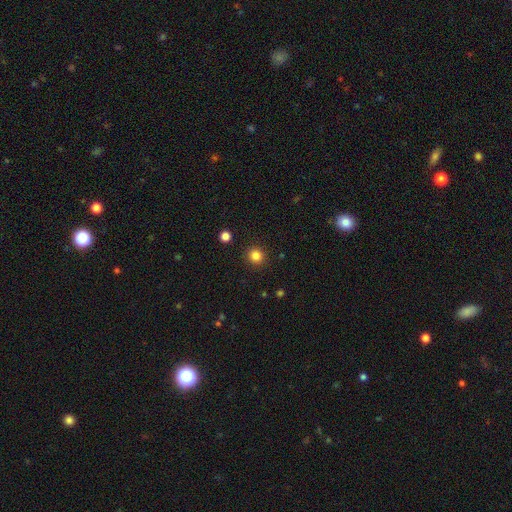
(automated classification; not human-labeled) This appears to be a smooth galaxy with no disk features (83%) that is round (93%). Merging: none (91%).